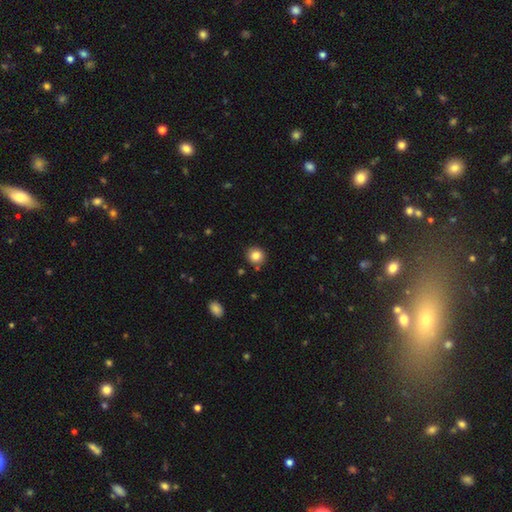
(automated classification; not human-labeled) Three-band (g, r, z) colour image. It shows a smooth galaxy with no disk features (84%) that is round (88%). Merging: none (87%).